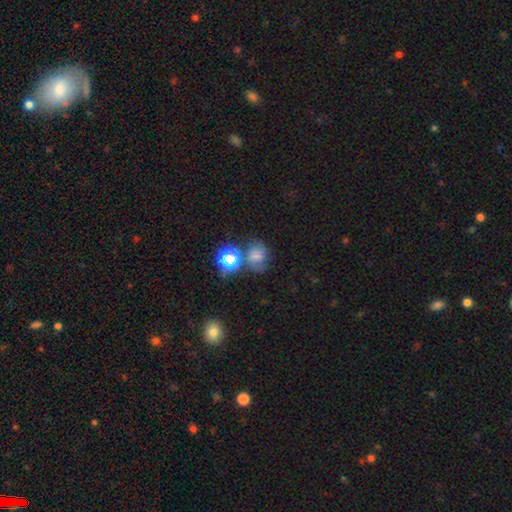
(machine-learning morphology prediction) A smooth galaxy with no disk features (58%) that is round (57%).

Vote fractions:
- Smooth or featured? smooth: 58% / star or artifact: 25% / featured or disk: 17%
- How rounded? round: 57% / in between: 42% / cigar-shaped: 1%
- Merging? none: 52% / minor disturbance: 22% / merger: 14% / major disturbance: 11%